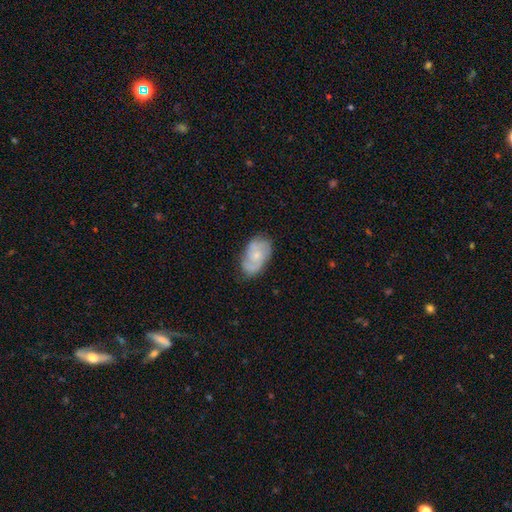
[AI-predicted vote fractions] smooth_or_featured: featured or disk (p=0.60) [alt: smooth p=0.33]
disk_edge_on: no (p=0.96) [alt: yes p=0.04]
bar: no (p=0.74) [alt: weak p=0.23]
has_spiral_arms: yes (p=0.87) [alt: no p=0.13]
spiral_winding: medium (p=0.44) [alt: tight p=0.39]
spiral_arm_count: 2 (p=0.48) [alt: can't tell p=0.25]
bulge_size: small (p=0.64) [alt: moderate p=0.28]
merging: none (p=0.72) [alt: minor disturbance p=0.21]